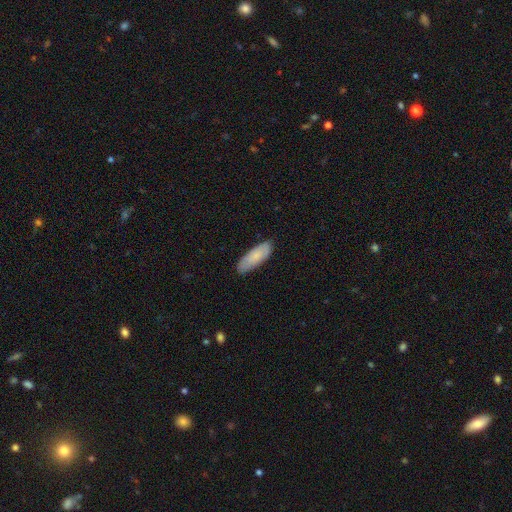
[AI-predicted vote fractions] Morphology: type=smooth (76%); roundness=in between (69%); merging=none (83%).